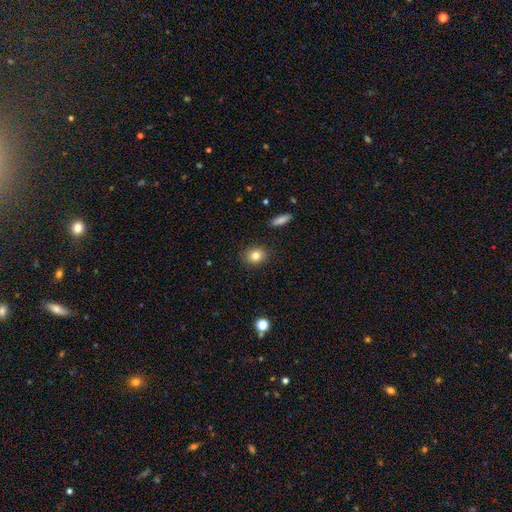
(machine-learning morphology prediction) smooth-or-featured: smooth: 82% | star or artifact: 10% | featured or disk: 8%
  how-rounded: round: 65% | in between: 34% | cigar-shaped: 1%
  merging: none: 89% | minor disturbance: 8% | major disturbance: 2% | merger: 1%